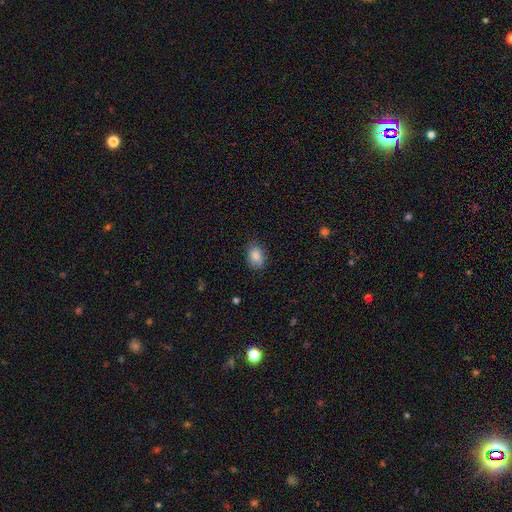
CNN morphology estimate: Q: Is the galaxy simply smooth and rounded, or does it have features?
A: smooth — 87%.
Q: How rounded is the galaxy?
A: in between — 75%.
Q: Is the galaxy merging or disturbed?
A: none — 83%.